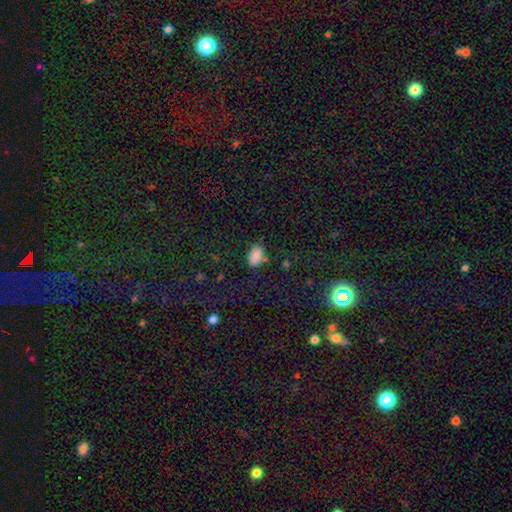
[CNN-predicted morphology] This appears to be a smooth galaxy with no disk features (85%) that is in between round and cigar-shaped (91%). Merging: none (74%).